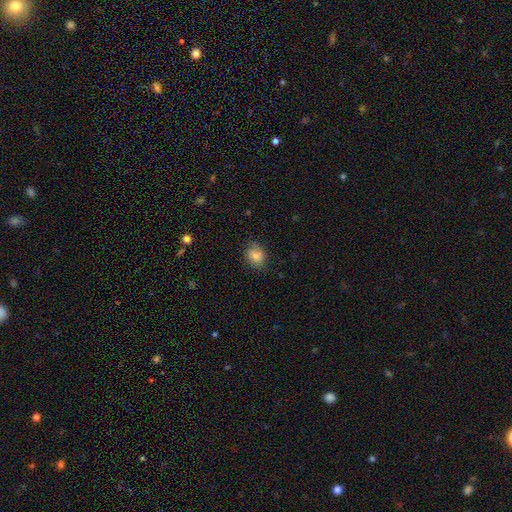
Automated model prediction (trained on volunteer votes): Smooth or featured?
  - smooth: 78% *
  - featured or disk: 12%
  - star or artifact: 9%
How rounded?
  - in between: 50% *
  - round: 49%
  - cigar-shaped: 1%
Merging?
  - none: 73% *
  - minor disturbance: 20%
  - major disturbance: 5%
  - merger: 3%